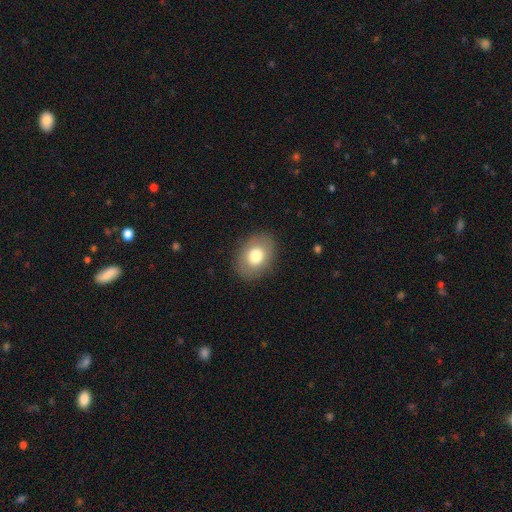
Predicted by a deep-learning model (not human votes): This appears to be a smooth galaxy with no disk features (76%) that is in between round and cigar-shaped (68%). Merging: none (87%).